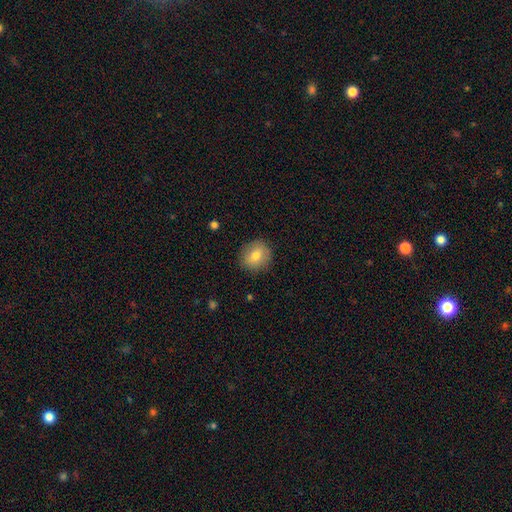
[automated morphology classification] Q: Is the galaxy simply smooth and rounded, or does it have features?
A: smooth — 75%.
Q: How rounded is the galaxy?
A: round — 83%.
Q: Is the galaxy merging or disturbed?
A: none — 87%.